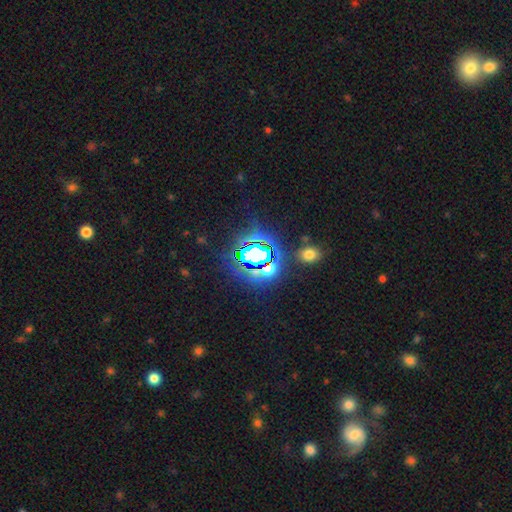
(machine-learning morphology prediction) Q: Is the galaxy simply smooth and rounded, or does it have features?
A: star or artifact — 73%.